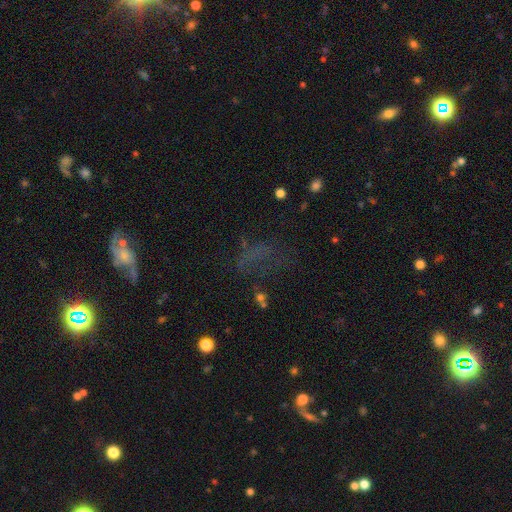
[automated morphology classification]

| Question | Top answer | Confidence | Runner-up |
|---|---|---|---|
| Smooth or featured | star or artifact | 39% | smooth (34%) |